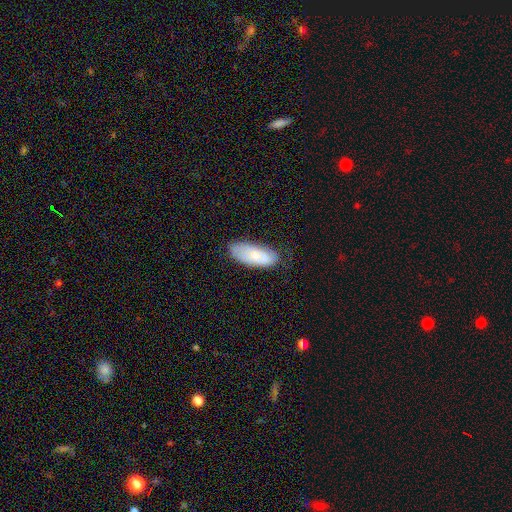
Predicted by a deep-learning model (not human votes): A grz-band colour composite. It shows a smooth galaxy with no disk features (71%) that is in between round and cigar-shaped (83%). Merging: none (62%).